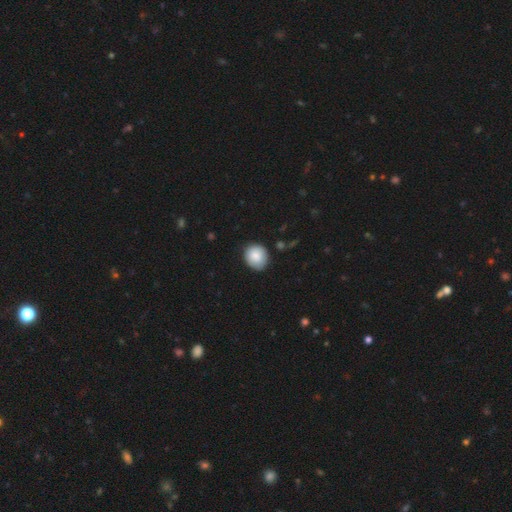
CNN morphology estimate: This appears to be a smooth galaxy with no disk features (85%) that is round (75%). Merging: none (79%).